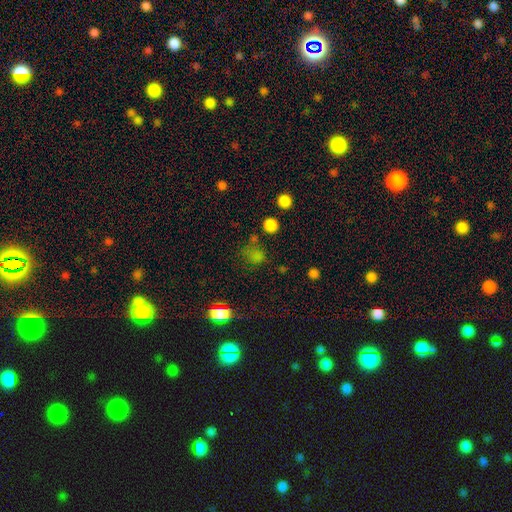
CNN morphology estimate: A smooth galaxy with no disk features (65%) that is round (77%).

Vote fractions:
- Smooth or featured? smooth: 65% / star or artifact: 28% / featured or disk: 7%
- How rounded? round: 77% / in between: 21% / cigar-shaped: 1%
- Merging? none: 64% / minor disturbance: 16% / merger: 10% / major disturbance: 10%